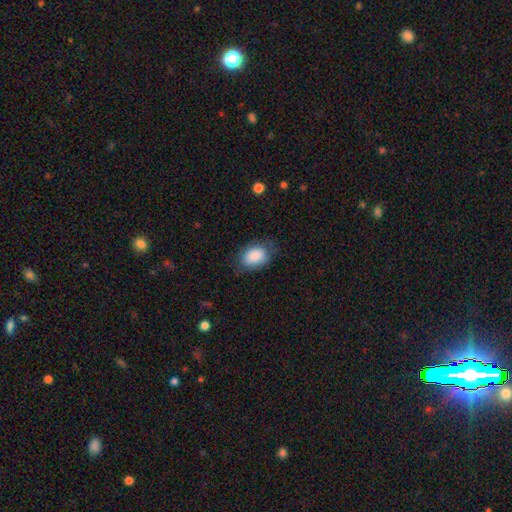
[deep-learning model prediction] Smooth or featured: smooth — 87% (star or artifact — 7%)
How rounded: in between — 83% (round — 16%)
Merging: none — 69% (minor disturbance — 22%)